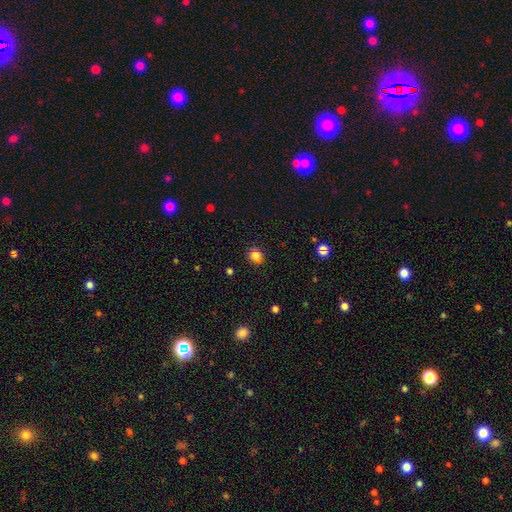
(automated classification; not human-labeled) A smooth galaxy with no disk features (82%) that is round (84%). Merging: none (86%).